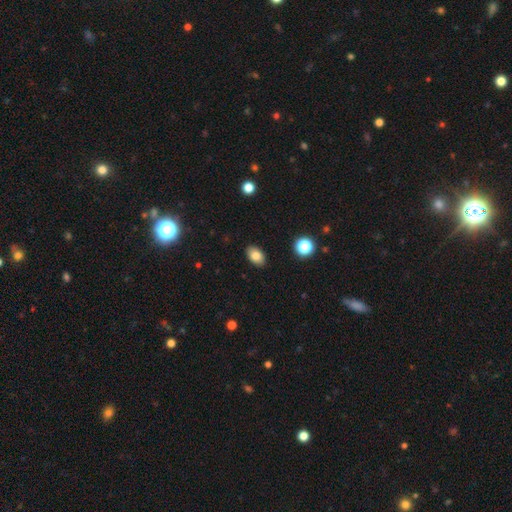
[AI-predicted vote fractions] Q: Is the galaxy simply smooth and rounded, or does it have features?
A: smooth — 82%.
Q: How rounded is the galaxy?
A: in between — 89%.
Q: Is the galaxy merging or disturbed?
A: none — 88%.